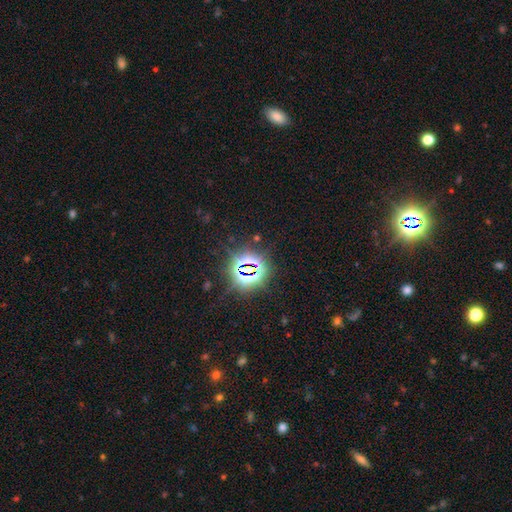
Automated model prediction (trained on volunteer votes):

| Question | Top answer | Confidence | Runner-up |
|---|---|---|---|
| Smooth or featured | star or artifact | 80% | smooth (13%) |